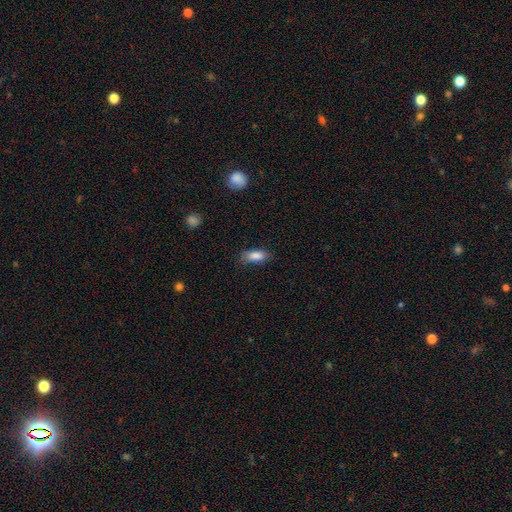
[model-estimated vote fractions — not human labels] The model was most divided on "merging": none: 73%, minor disturbance: 21%, major disturbance: 5%, merger: 2%. More confident: smooth or featured — smooth (86%); how rounded — in between (82%).